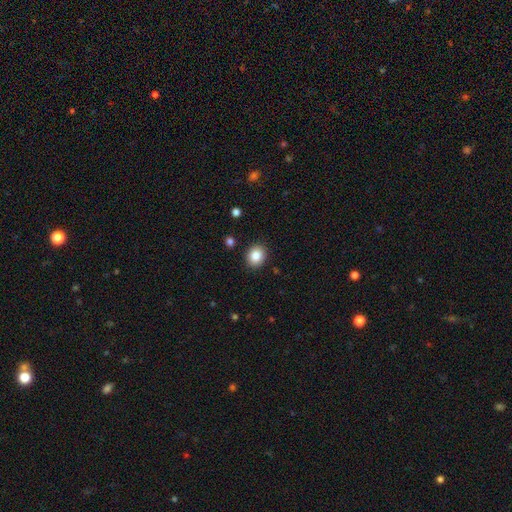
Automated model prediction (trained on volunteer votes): smooth_or_featured: smooth (p=0.85) [alt: star or artifact p=0.09]
how_rounded: round (p=0.65) [alt: in between p=0.34]
merging: none (p=0.90) [alt: minor disturbance p=0.07]